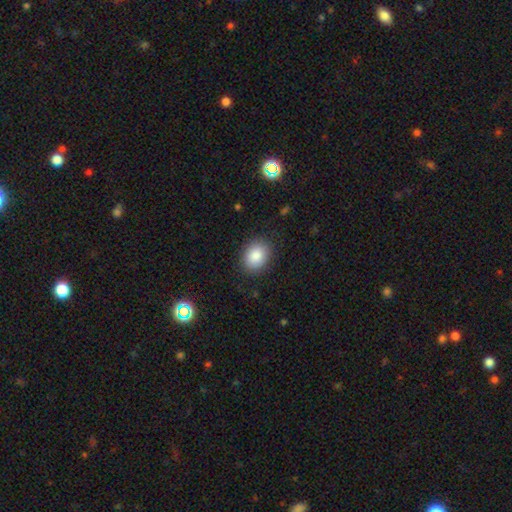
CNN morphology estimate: Q: Smooth or featured?
A: smooth (87%); runner-up: star or artifact (8%)
Q: How rounded?
A: in between (64%); runner-up: round (35%)
Q: Merging?
A: none (86%); runner-up: minor disturbance (10%)